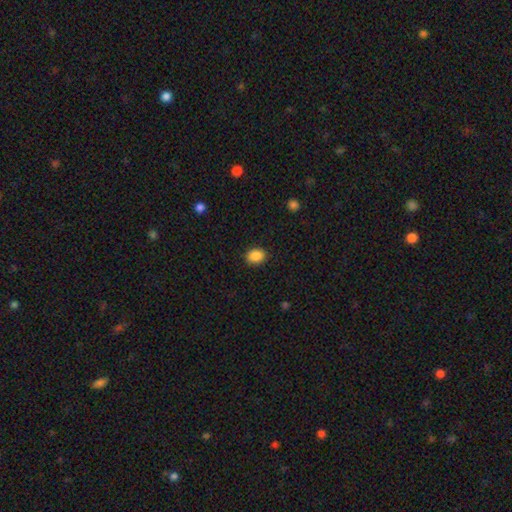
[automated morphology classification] The model was most divided on "how rounded": in between: 67%, round: 32%, cigar-shaped: 1%. More confident: smooth or featured — smooth (89%); merging — none (88%).